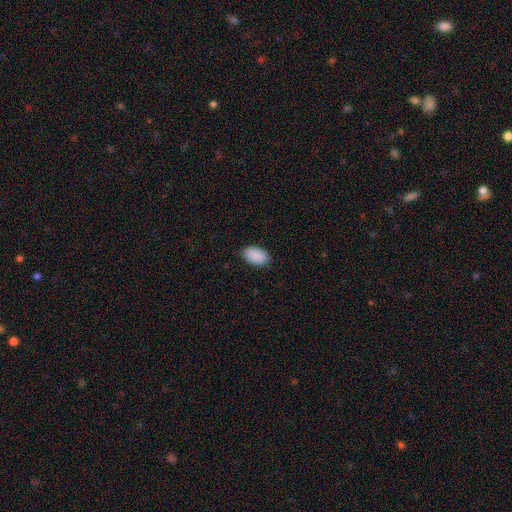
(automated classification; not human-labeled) This is clearly a smooth galaxy (91%). How rounded: clearly in between (93%). Merging: clearly none (86%).